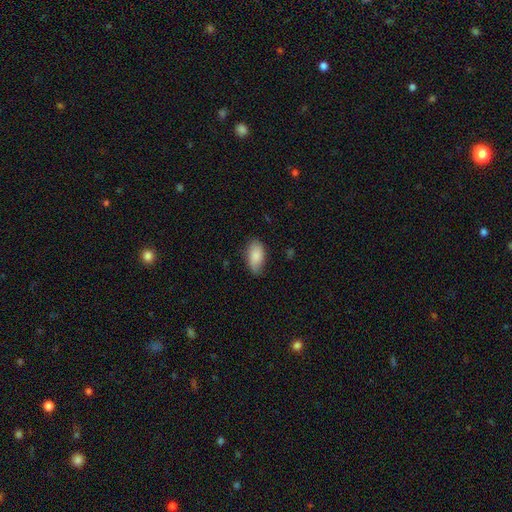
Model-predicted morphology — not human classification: Overall: smooth (86%). How rounded: in between (94%). Merging: none (73%).